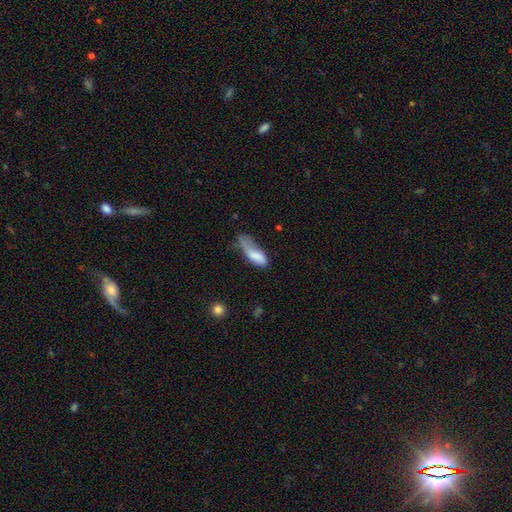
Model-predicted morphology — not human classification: This appears to be a smooth galaxy with no disk features (75%) that is in between round and cigar-shaped (66%). Merging: major disturbance (39%).